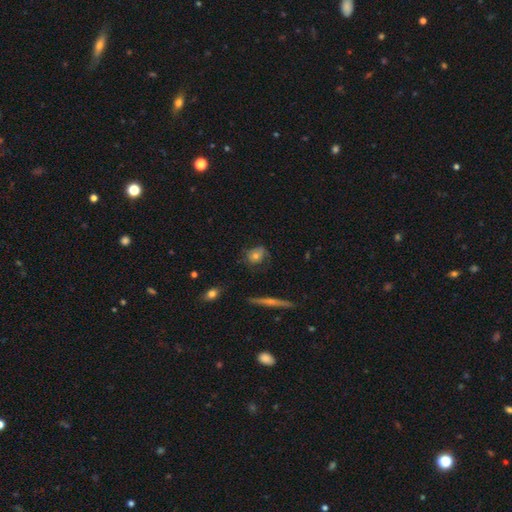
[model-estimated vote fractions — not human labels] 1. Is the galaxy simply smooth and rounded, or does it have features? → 59% smooth, 31% featured or disk, 10% star or artifact.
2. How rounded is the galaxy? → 56% round, 39% in between, 5% cigar-shaped.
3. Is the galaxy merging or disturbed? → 61% none, 27% minor disturbance, 9% major disturbance, 3% merger.